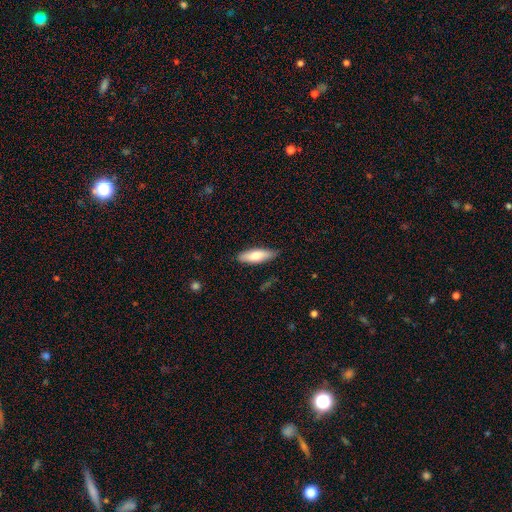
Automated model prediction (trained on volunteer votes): smooth 74%, featured or disk 20%, star or artifact 6%. Down the decision tree: how rounded — in between (50%); merging — none (82%).